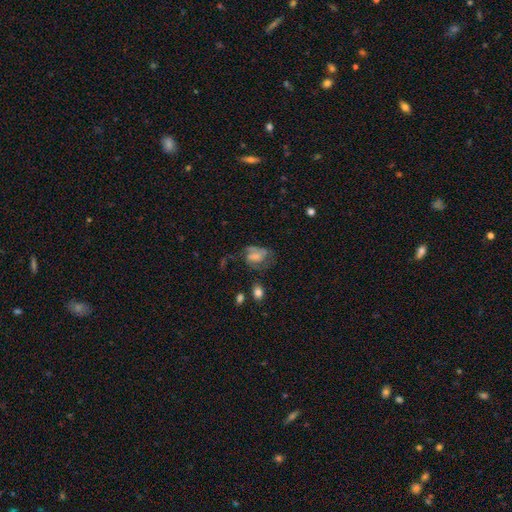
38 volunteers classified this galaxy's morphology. Smooth or featured: featured or disk — 63% (smooth — 32%)
Edge-on disk: no — 100%
Bar: no — 54% (weak — 38%)
Spiral arms: yes — 58% (no — 42%)
Spiral winding: loose — 43% (medium — 36%)
Spiral arm count: 2 — 50% (1 — 29%)
Bulge size: none — 38% (small — 33%)
Merging: major disturbance — 58% (none — 28%)